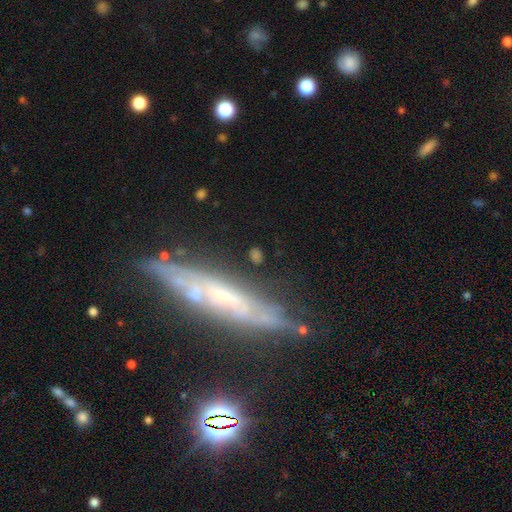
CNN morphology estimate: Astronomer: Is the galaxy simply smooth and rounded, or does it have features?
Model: featured or disk — 43% (runner-up: smooth, 42%).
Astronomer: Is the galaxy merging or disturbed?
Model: none — 72%.